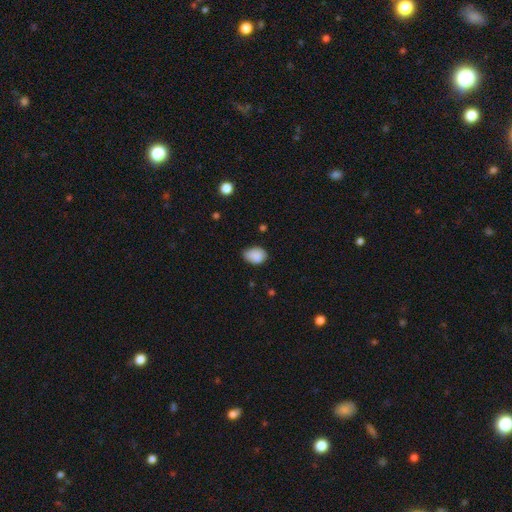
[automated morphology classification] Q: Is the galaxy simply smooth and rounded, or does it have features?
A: smooth — 87%.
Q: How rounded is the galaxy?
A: in between — 77%.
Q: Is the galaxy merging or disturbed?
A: none — 65%.